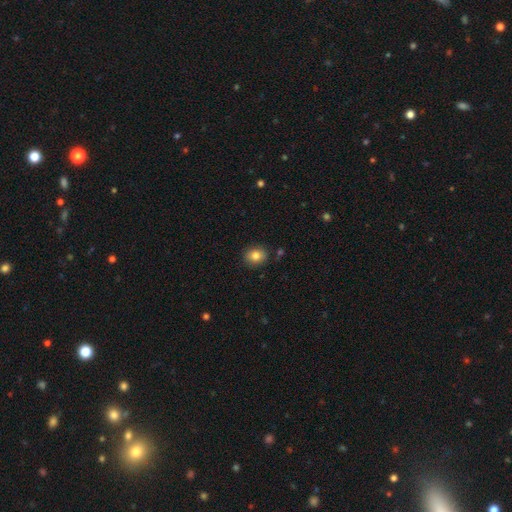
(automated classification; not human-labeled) Smooth or featured? smooth (83%)
How rounded? round (58%)
Merging? none (87%)